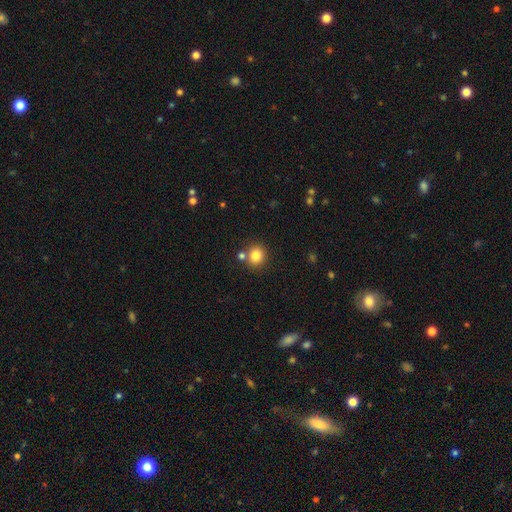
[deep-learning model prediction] A smooth galaxy with no disk features (82%) that is round (84%). Merging: none (74%).